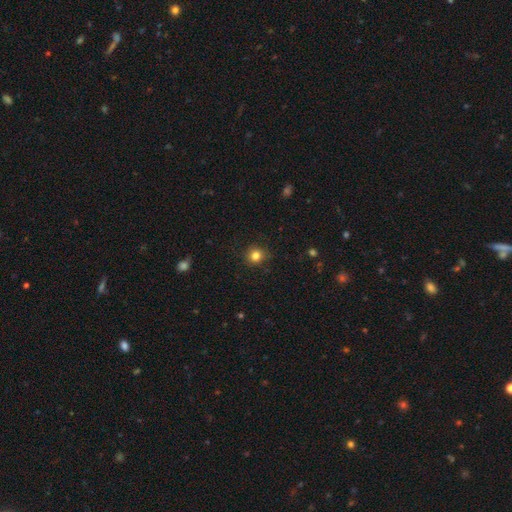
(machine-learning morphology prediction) The model was most divided on "smooth or featured": smooth: 82%, star or artifact: 12%, featured or disk: 5%. More confident: how rounded — round (90%); merging — none (87%).